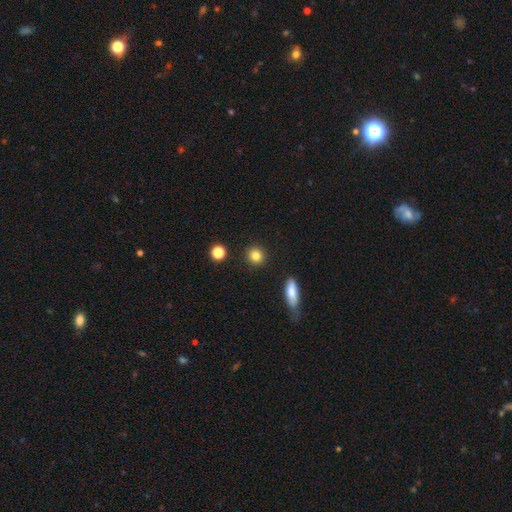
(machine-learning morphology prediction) smooth_or_featured: smooth (p=0.84) [alt: star or artifact p=0.10]
how_rounded: round (p=0.89) [alt: in between p=0.09]
merging: none (p=0.90) [alt: minor disturbance p=0.06]